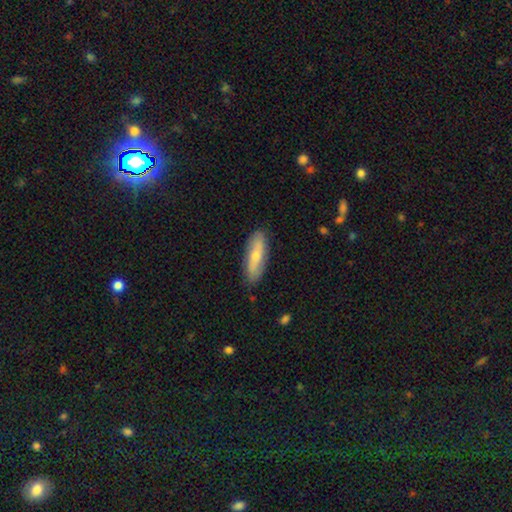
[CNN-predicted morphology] The model was most divided on "how rounded": in between: 55%, cigar-shaped: 42%, round: 3%. More confident: merging — none (85%); smooth or featured — smooth (58%).